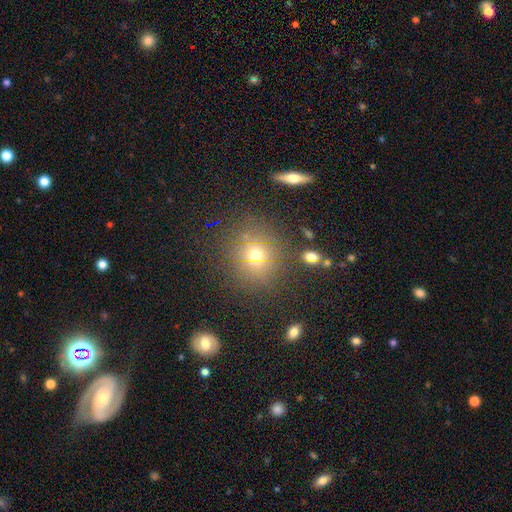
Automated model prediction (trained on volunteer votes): Smooth or featured?
  - smooth: 67% *
  - star or artifact: 21%
  - featured or disk: 12%
How rounded?
  - round: 86% *
  - in between: 13%
  - cigar-shaped: 1%
Merging?
  - none: 82% *
  - minor disturbance: 10%
  - major disturbance: 4%
  - merger: 4%